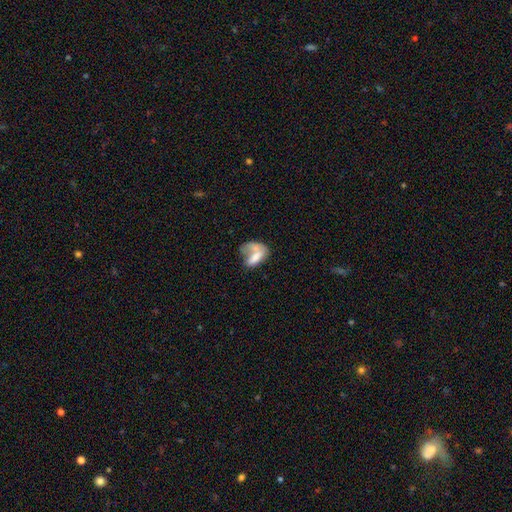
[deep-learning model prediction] Morphology: type=smooth (60%); roundness=in between (82%); merging=major disturbance (36%).